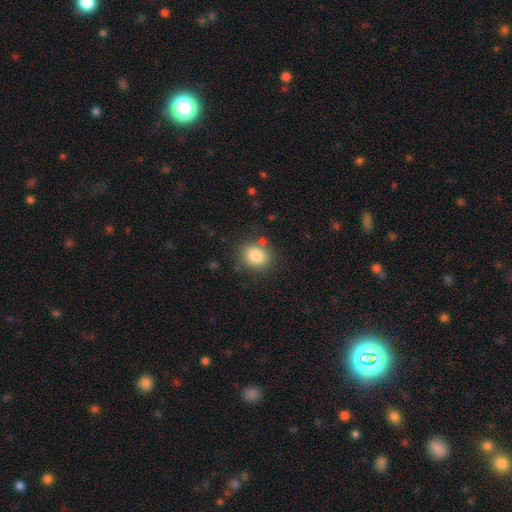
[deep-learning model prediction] This is clearly a smooth galaxy (85%). How rounded: likely round (60%). Merging: likely none (80%).